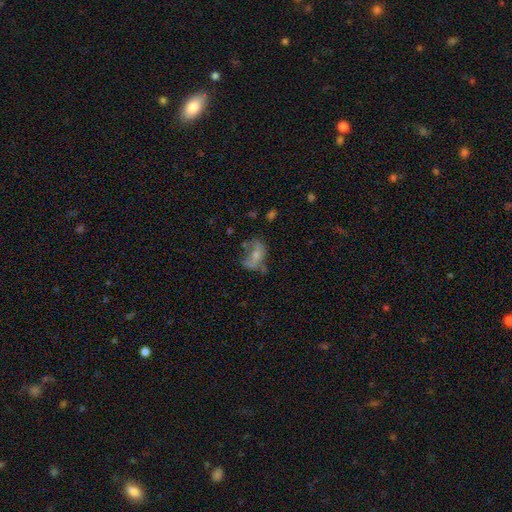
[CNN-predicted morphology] Overall: smooth (48%; featured or disk 41%). Merging: none (36%; major disturbance 27%).